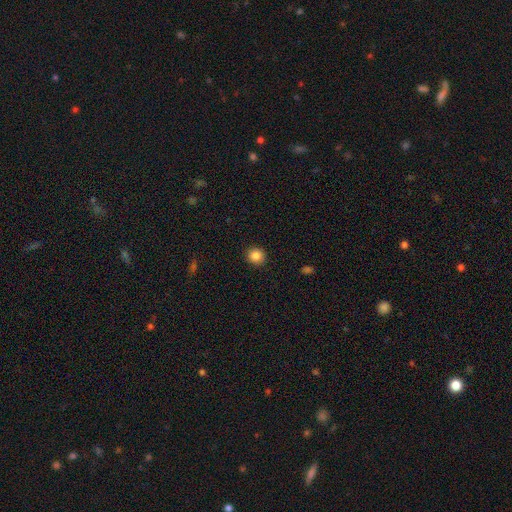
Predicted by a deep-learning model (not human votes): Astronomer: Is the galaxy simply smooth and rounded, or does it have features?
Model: smooth — 85%.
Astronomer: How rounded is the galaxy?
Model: round — 88%.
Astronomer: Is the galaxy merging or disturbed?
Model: none — 92%.